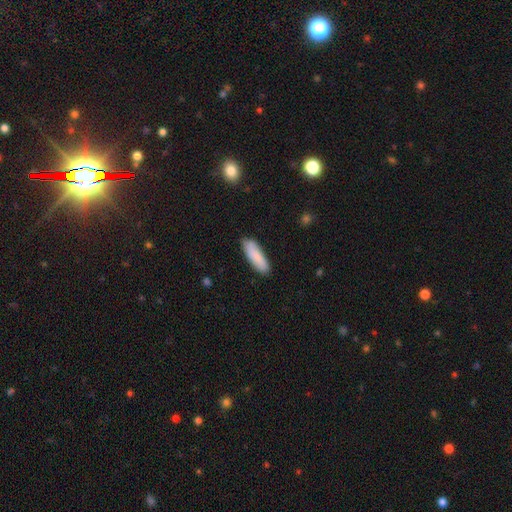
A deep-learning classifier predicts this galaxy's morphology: This is clearly a smooth galaxy (86%). How rounded: possibly cigar-shaped (53%). Merging: clearly none (81%).